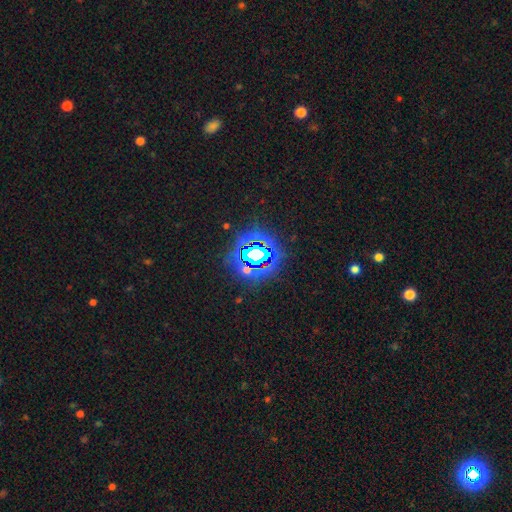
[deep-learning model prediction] Smooth or featured?
  - star or artifact: 74% *
  - smooth: 15%
  - featured or disk: 11%